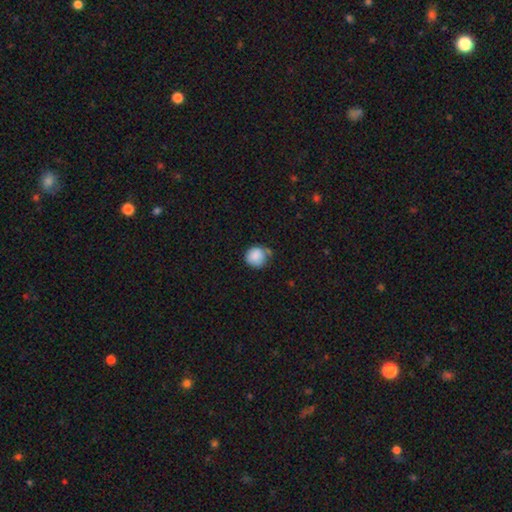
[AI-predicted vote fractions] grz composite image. It shows a smooth galaxy with no disk features (86%) that is round (88%). Merging: none (59%).